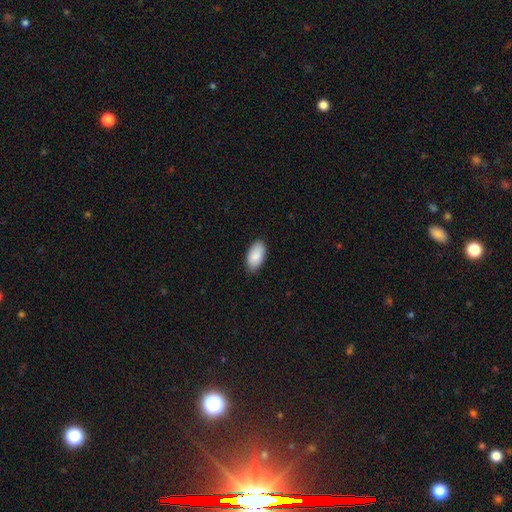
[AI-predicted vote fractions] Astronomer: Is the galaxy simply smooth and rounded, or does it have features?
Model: smooth — 90%.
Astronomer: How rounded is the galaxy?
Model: in between — 95%.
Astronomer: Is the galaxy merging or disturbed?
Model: none — 86%.